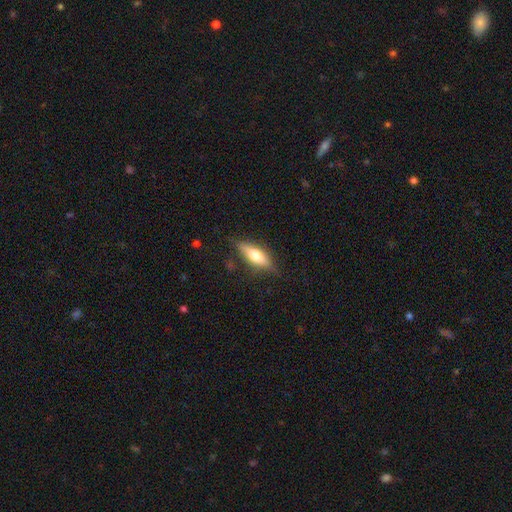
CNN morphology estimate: A smooth galaxy with no disk features (50%) that is in between round and cigar-shaped (49%).

Vote fractions:
- Smooth or featured? smooth: 50% / featured or disk: 43% / star or artifact: 6%
- How rounded? in between: 49% / cigar-shaped: 48% / round: 3%
- Merging? none: 78% / minor disturbance: 16% / major disturbance: 4% / merger: 1%